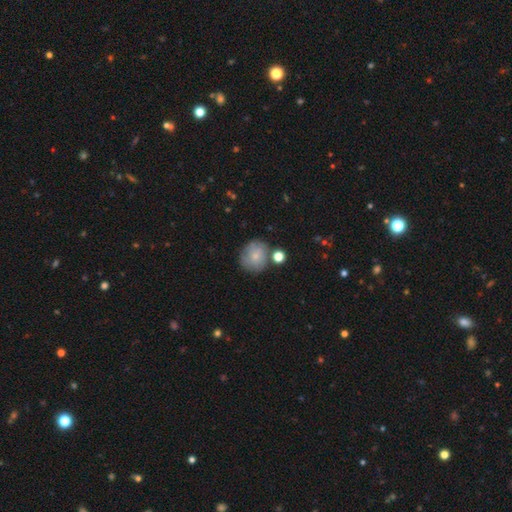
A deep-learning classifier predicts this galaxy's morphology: Smooth or featured: smooth — 75% (featured or disk — 17%)
How rounded: round — 85% (in between — 14%)
Merging: none — 68% (minor disturbance — 16%)